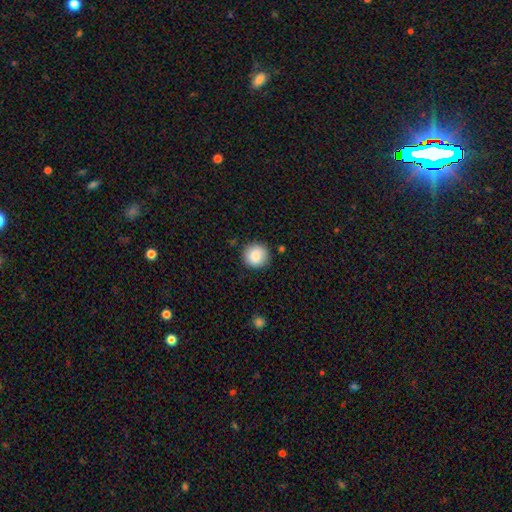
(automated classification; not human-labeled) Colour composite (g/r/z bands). It shows a smooth galaxy with no disk features (87%) that is round (94%). Merging: none (88%).